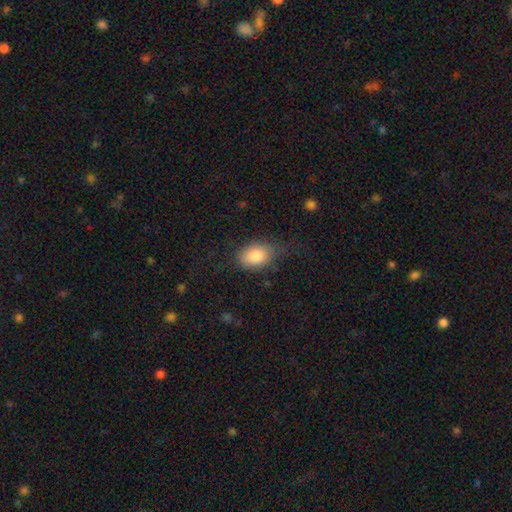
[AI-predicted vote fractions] smooth-or-featured: smooth: 83% | featured or disk: 9% | star or artifact: 8%
  how-rounded: in between: 84% | round: 15% | cigar-shaped: 2%
  merging: none: 65% | minor disturbance: 25% | major disturbance: 9% | merger: 1%